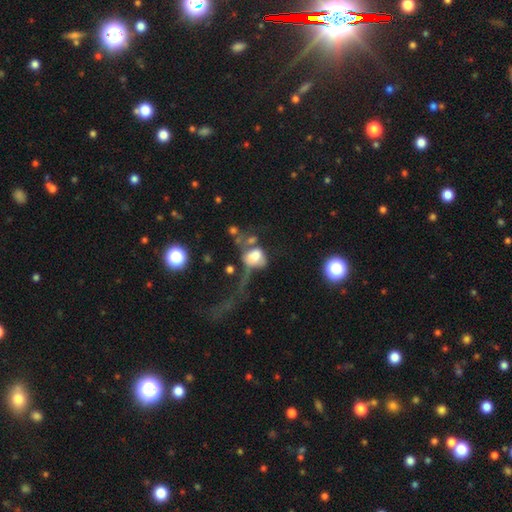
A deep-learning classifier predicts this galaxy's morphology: The model was most divided on "how rounded": in between: 56%, round: 41%, cigar-shaped: 2%. Remaining: smooth or featured — smooth (53%); merging — major disturbance (47%).